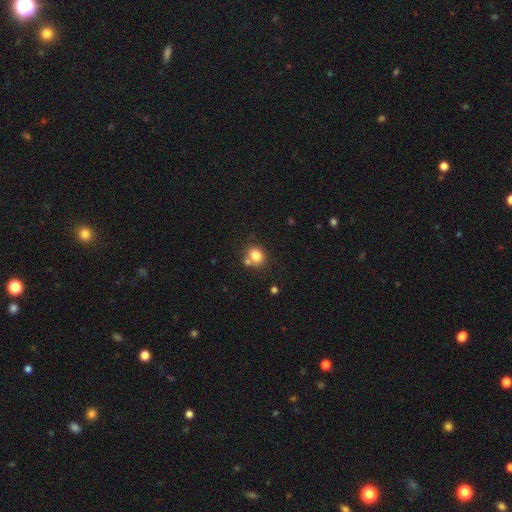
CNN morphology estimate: The model was most divided on "merging": none: 60%, merger: 24%, minor disturbance: 12%, major disturbance: 4%. More confident: smooth or featured — smooth (80%); how rounded — round (70%).